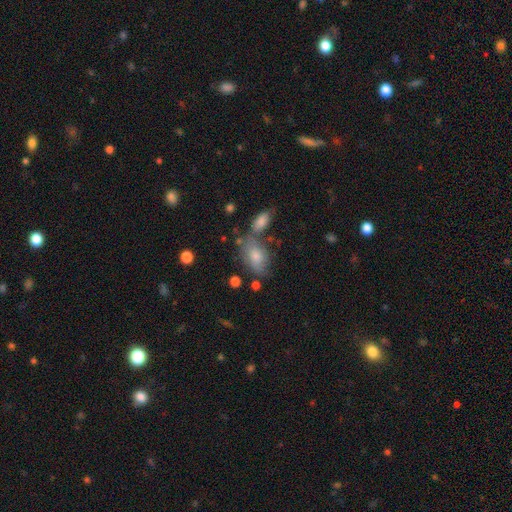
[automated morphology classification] type=smooth (67%); roundness=in between (87%); merging=none (54%).